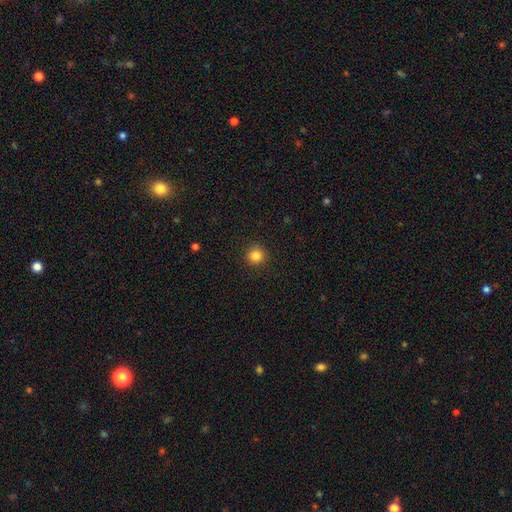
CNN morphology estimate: Smooth or featured? Predicted: smooth (p=0.84). How rounded? Predicted: round (p=0.95). Merging? Predicted: none (p=0.92).